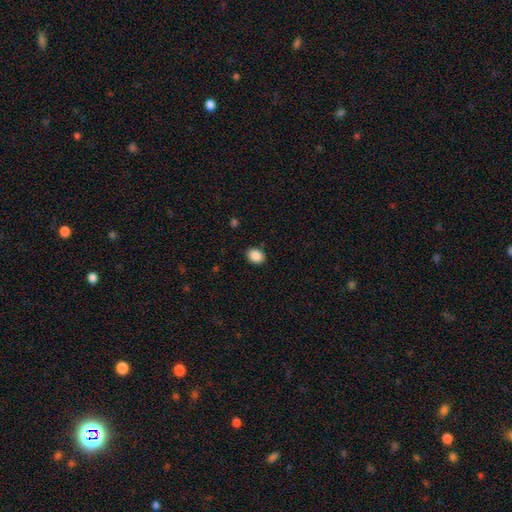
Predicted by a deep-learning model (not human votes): smooth_or_featured: smooth (p=0.88) [alt: star or artifact p=0.09]
how_rounded: in between (p=0.54) [alt: round p=0.45]
merging: none (p=0.87) [alt: minor disturbance p=0.09]